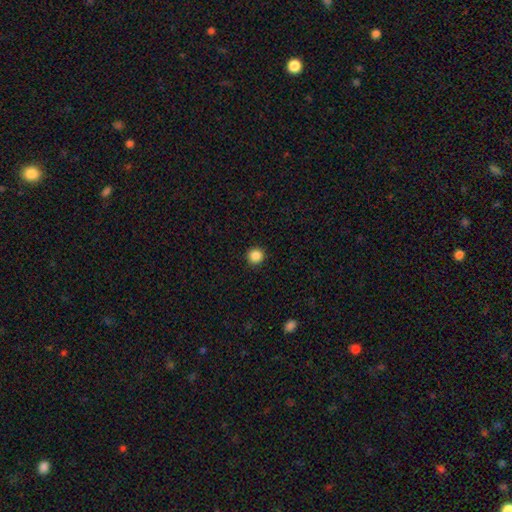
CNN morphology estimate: A smooth galaxy with no disk features (87%) that is round (95%). Merging: none (93%).